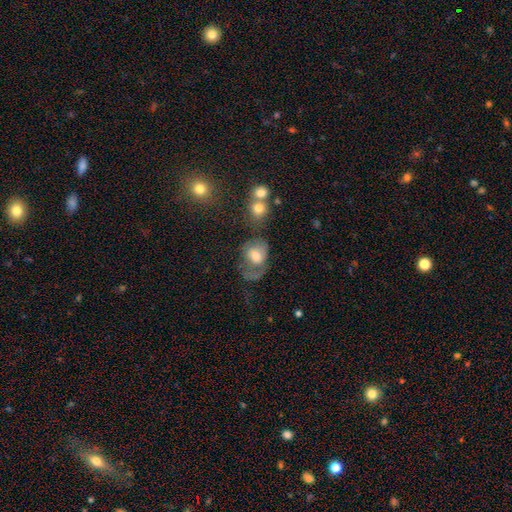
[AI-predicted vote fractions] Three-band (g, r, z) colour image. It shows a smooth galaxy with no disk features (60%) that is in between round and cigar-shaped (54%). Merging: major disturbance (36%).